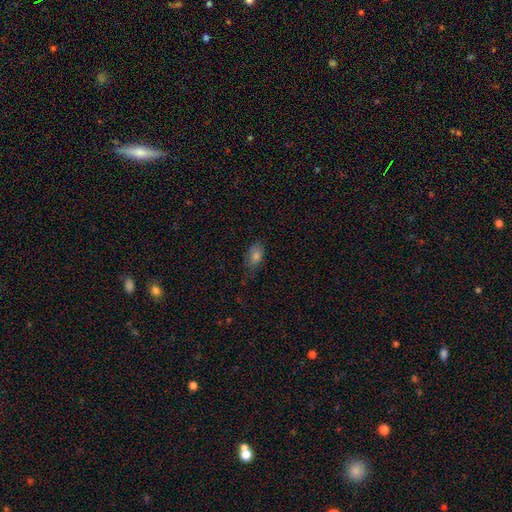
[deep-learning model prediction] smooth_or_featured: smooth (p=0.73) [alt: star or artifact p=0.13]
how_rounded: in between (p=0.84) [alt: round p=0.10]
merging: none (p=0.71) [alt: minor disturbance p=0.22]